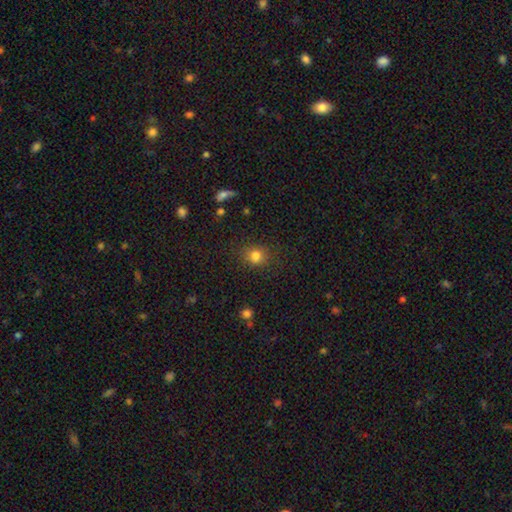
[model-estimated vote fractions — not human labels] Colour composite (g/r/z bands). It shows a smooth galaxy with no disk features (81%) that is round (74%). Merging: none (82%).